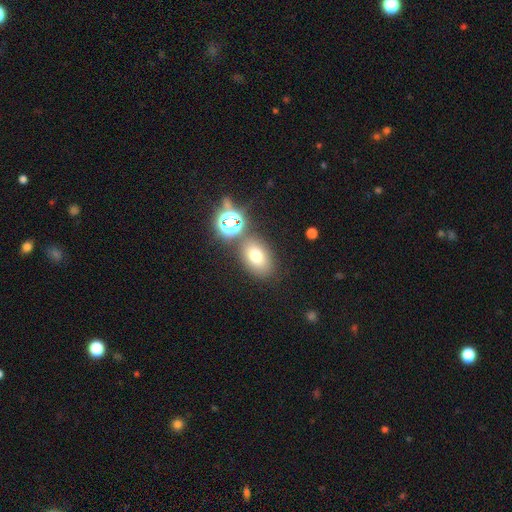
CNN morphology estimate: Smooth or featured: smooth — 70% (star or artifact — 17%)
How rounded: in between — 76% (round — 22%)
Merging: none — 73% (merger — 11%)